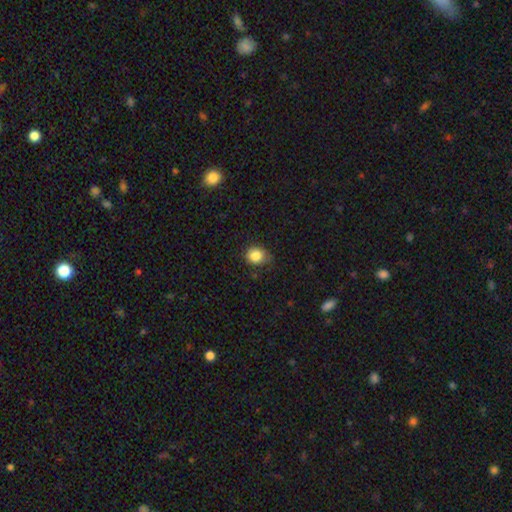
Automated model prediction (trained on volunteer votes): Smooth or featured?
  - smooth: 85% *
  - star or artifact: 10%
  - featured or disk: 5%
How rounded?
  - round: 70% *
  - in between: 29%
  - cigar-shaped: 1%
Merging?
  - none: 65% *
  - minor disturbance: 28%
  - major disturbance: 6%
  - merger: 2%